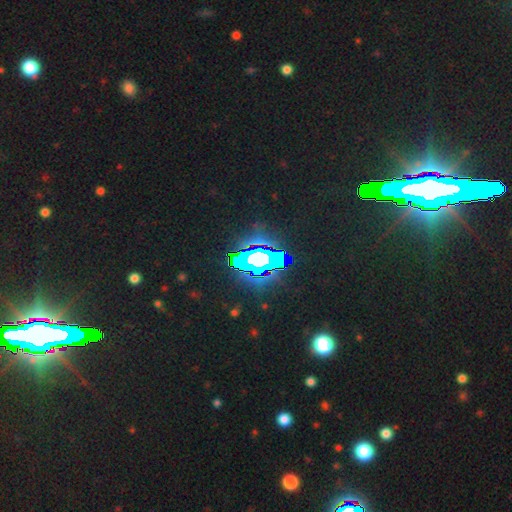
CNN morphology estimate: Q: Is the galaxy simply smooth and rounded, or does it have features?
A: star or artifact — 68%.